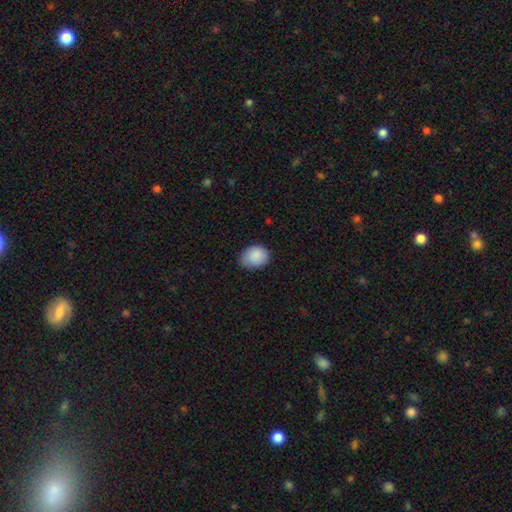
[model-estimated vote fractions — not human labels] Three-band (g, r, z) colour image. It shows a smooth galaxy with no disk features (89%) that is in between round and cigar-shaped (56%). Merging: none (66%).